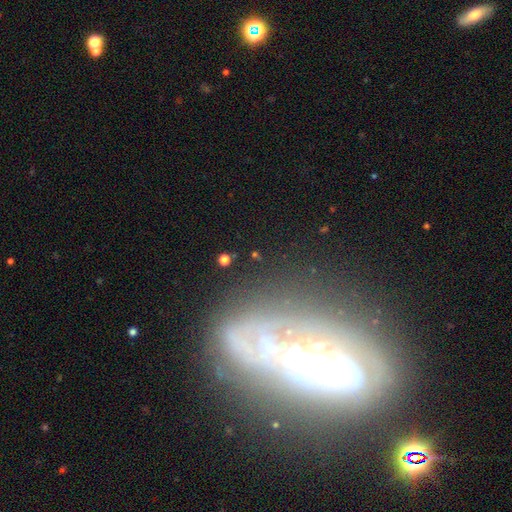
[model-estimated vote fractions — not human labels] smooth_or_featured: featured or disk (p=0.51) [alt: star or artifact p=0.26]
disk_edge_on: no (p=0.86) [alt: yes p=0.14]
merging: none (p=0.69) [alt: minor disturbance p=0.15]